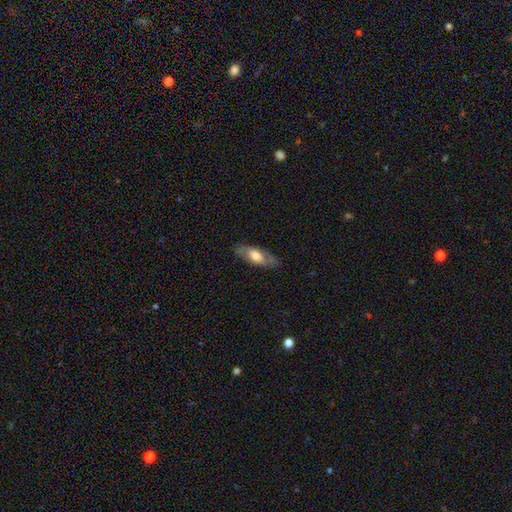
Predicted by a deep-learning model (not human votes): Smooth or featured: smooth — 54% (featured or disk — 41%)
How rounded: in between — 71% (cigar-shaped — 26%)
Merging: none — 82% (minor disturbance — 13%)